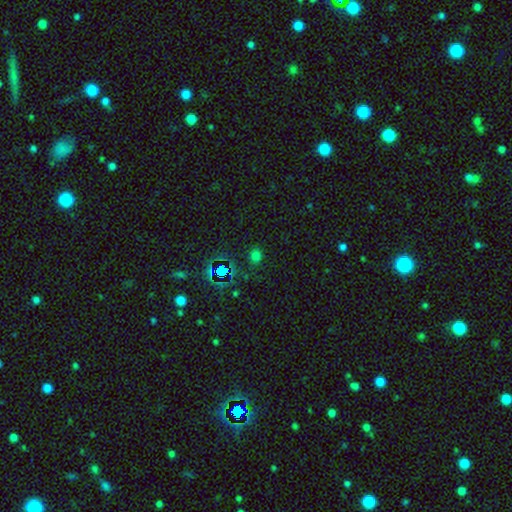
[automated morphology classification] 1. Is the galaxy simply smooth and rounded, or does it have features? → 59% smooth, 35% star or artifact, 6% featured or disk.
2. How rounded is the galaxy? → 63% round, 35% in between, 1% cigar-shaped.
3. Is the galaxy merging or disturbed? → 83% none, 11% minor disturbance, 4% major disturbance, 2% merger.